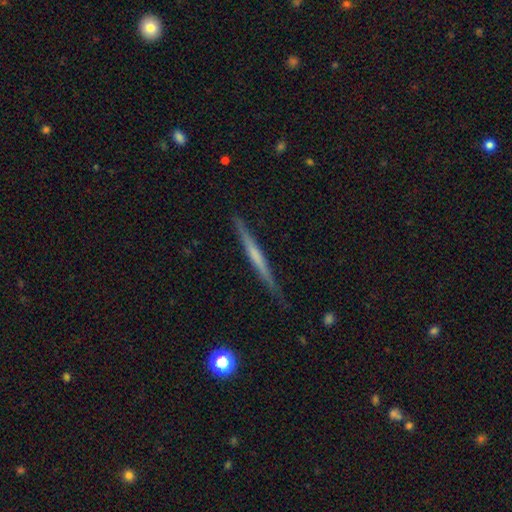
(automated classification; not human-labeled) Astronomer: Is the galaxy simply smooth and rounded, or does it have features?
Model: featured or disk — 59% (runner-up: smooth, 36%).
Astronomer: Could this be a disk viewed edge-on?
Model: yes — 98%.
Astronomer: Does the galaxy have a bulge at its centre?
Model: none — 74%.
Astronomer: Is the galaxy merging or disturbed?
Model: none — 87%.